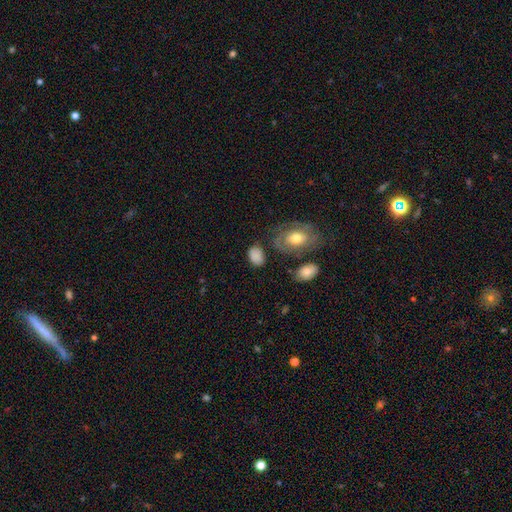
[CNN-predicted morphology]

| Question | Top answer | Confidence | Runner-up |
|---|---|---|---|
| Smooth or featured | smooth | 78% | featured or disk (13%) |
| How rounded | in between | 79% | round (19%) |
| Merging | none | 64% | minor disturbance (21%) |